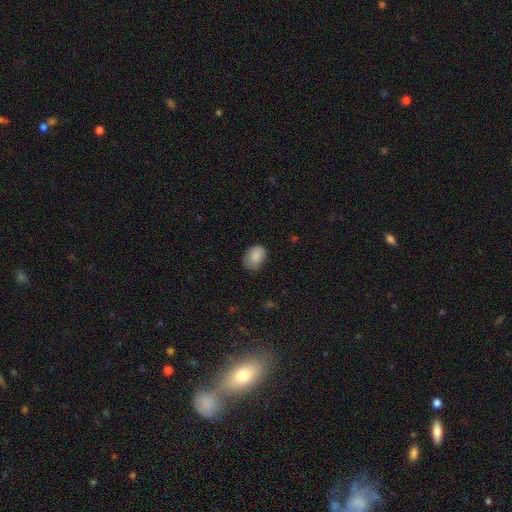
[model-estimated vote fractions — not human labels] This is clearly a smooth galaxy (86%). How rounded: likely in between (75%). Merging: likely none (69%).